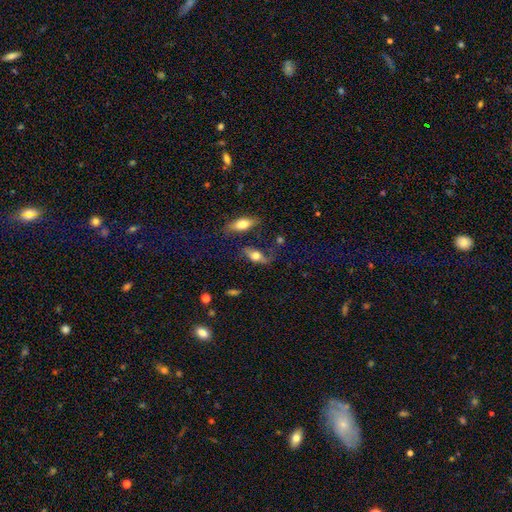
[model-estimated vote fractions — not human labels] Overall: smooth (60%; featured or disk 31%). How rounded: in between (75%). Merging: none (47%; minor disturbance 26%).